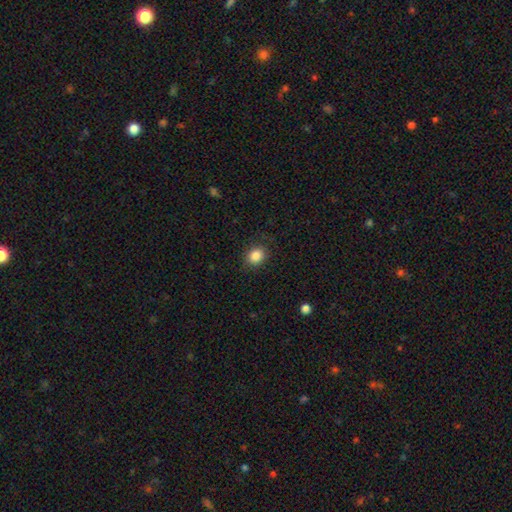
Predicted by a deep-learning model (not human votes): smooth-or-featured: smooth: 86% | star or artifact: 10% | featured or disk: 5%
  how-rounded: round: 66% | in between: 33% | cigar-shaped: 1%
  merging: none: 85% | minor disturbance: 11% | major disturbance: 3% | merger: 1%